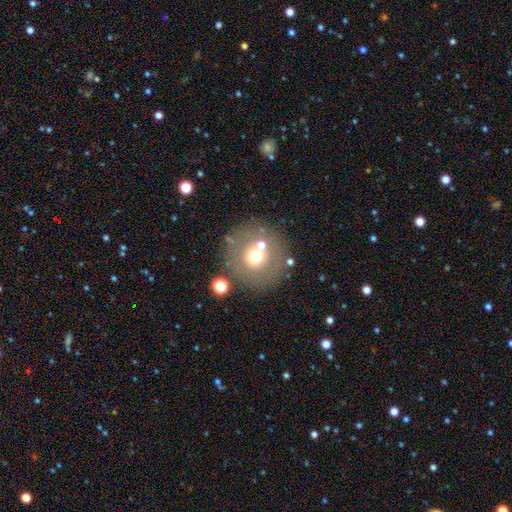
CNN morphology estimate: Smooth or featured: smooth — 61% (featured or disk — 24%)
How rounded: round — 93% (in between — 6%)
Merging: none — 77% (minor disturbance — 9%)